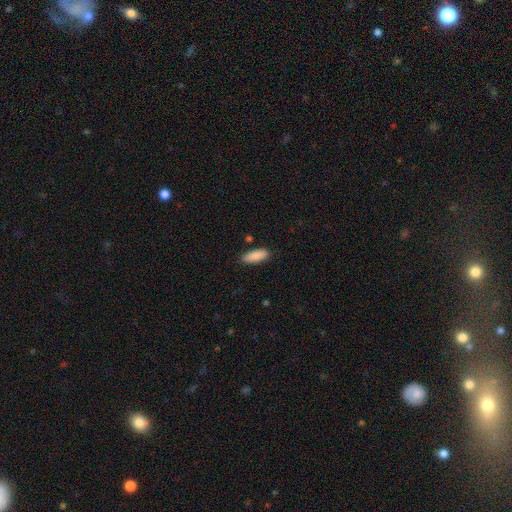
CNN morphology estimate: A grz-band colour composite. It shows a smooth galaxy with no disk features (89%) that is in between round and cigar-shaped (69%). Merging: none (87%).